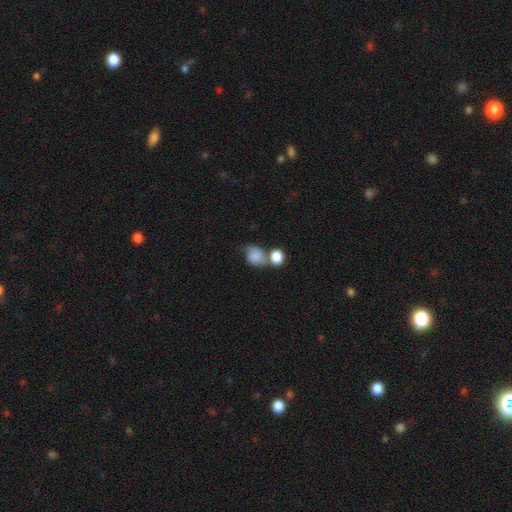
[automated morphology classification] smooth 80%, featured or disk 11%, star or artifact 9%. Down the decision tree: how rounded — round (53%); merging — merger (43%).